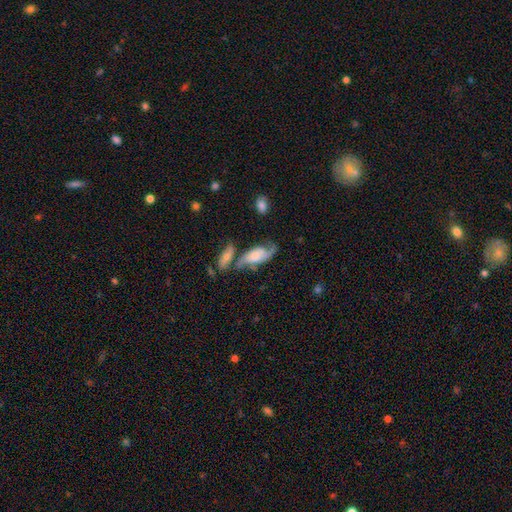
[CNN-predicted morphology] Smooth or featured? Predicted: featured or disk (p=0.70). Edge-on disk? Predicted: no (p=0.92). Bar? Predicted: no (p=0.64). Spiral arms? Predicted: yes (p=0.92). Spiral winding? Predicted: loose (p=0.50). Spiral arm count? Predicted: 2 (p=0.79). Bulge size? Predicted: small (p=0.30). Merging? Predicted: none (p=0.41).